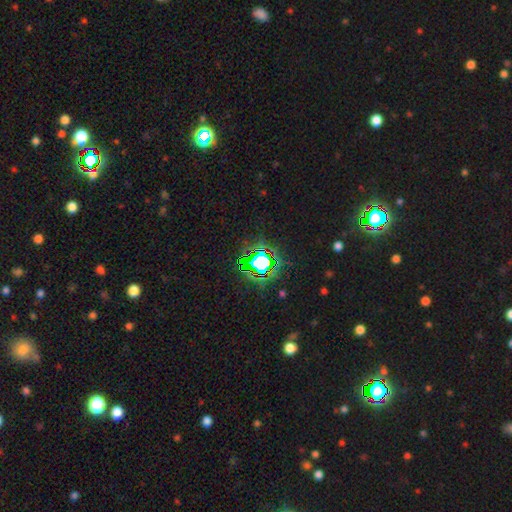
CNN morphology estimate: smooth_or_featured: star or artifact (p=0.80) [alt: smooth p=0.12]